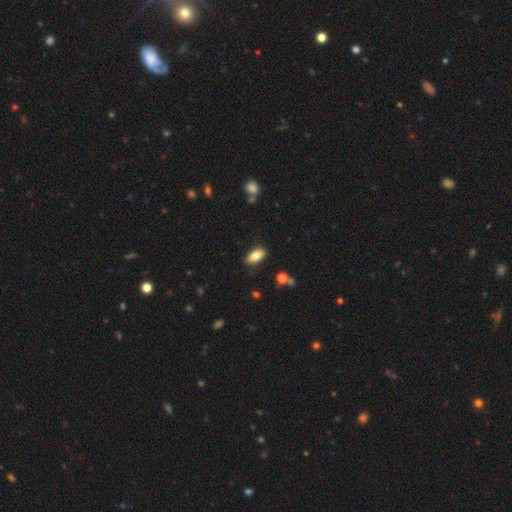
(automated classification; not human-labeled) This appears to be a smooth galaxy with no disk features (78%) that is in between round and cigar-shaped (85%). Merging: none (84%).